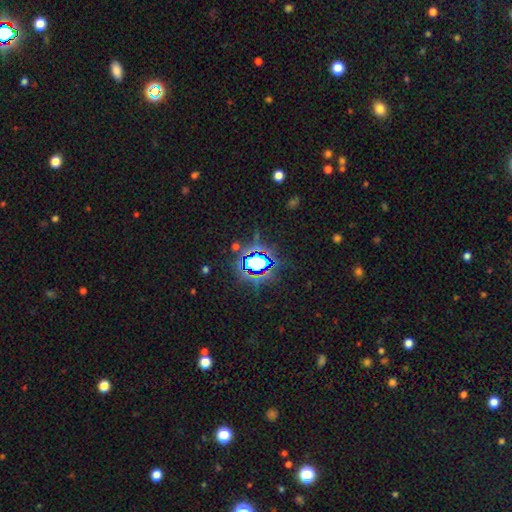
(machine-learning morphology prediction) smooth-or-featured: star or artifact: 75% | smooth: 14% | featured or disk: 11%